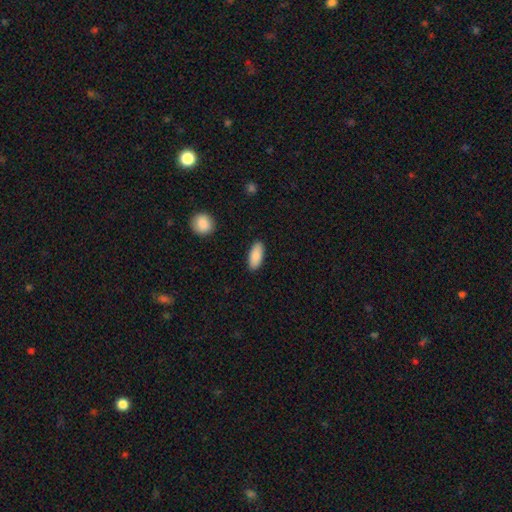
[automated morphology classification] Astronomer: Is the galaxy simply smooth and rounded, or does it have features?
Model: smooth — 89%.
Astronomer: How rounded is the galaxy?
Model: in between — 86%.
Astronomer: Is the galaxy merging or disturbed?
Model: none — 89%.